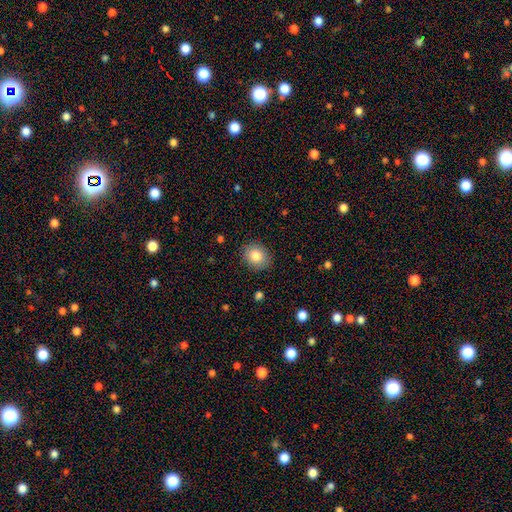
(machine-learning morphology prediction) Smooth or featured: smooth — 83% (star or artifact — 9%)
How rounded: round — 59% (in between — 40%)
Merging: none — 87% (minor disturbance — 9%)